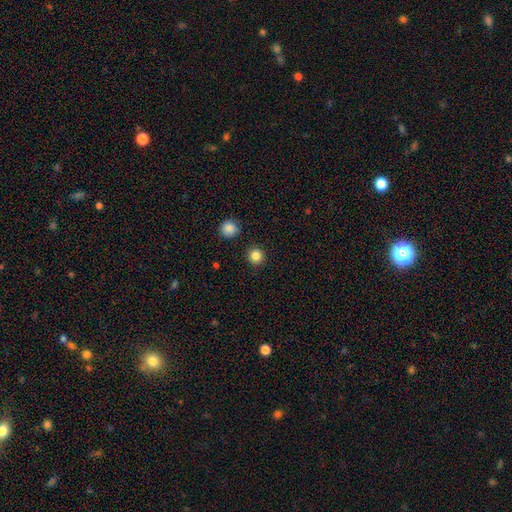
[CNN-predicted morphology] smooth 84%, star or artifact 12%, featured or disk 4%. Down the decision tree: how rounded — round (95%); merging — none (92%).